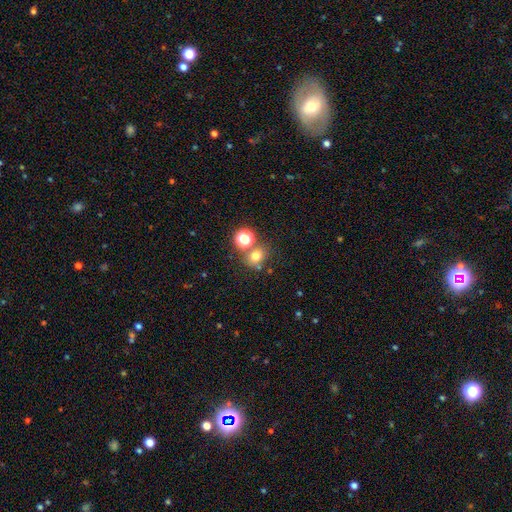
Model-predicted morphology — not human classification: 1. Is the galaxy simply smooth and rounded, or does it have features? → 72% smooth, 20% star or artifact, 9% featured or disk.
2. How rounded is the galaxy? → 72% round, 27% in between, 1% cigar-shaped.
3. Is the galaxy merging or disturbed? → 65% none, 21% merger, 10% minor disturbance, 4% major disturbance.